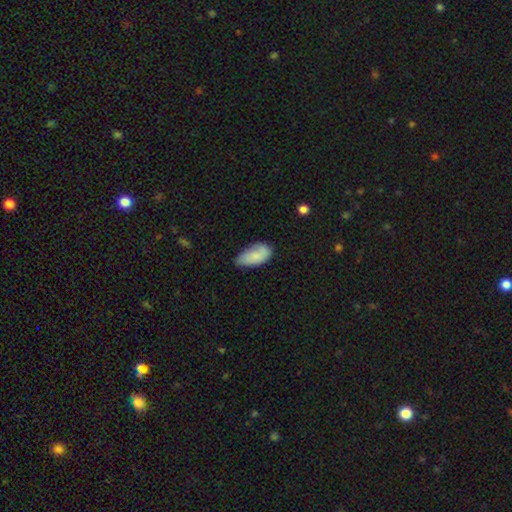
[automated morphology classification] A smooth galaxy with no disk features (80%) that is in between round and cigar-shaped (94%).

Vote fractions:
- Smooth or featured? smooth: 80% / featured or disk: 14% / star or artifact: 6%
- How rounded? in between: 94% / cigar-shaped: 4% / round: 2%
- Merging? none: 50% / minor disturbance: 39% / major disturbance: 8% / merger: 2%